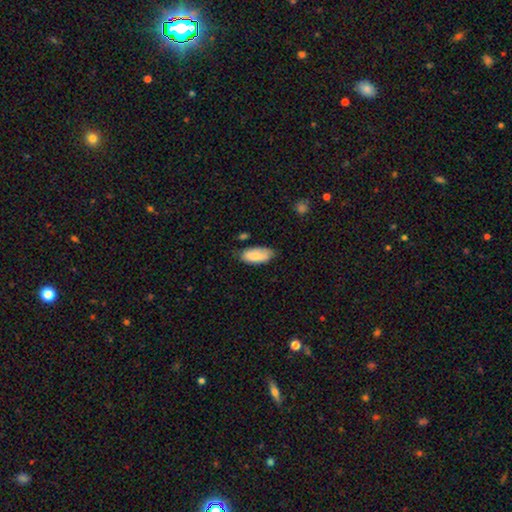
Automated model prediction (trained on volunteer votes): A smooth galaxy with no disk features (81%) that is in between round and cigar-shaped (90%).

Vote fractions:
- Smooth or featured? smooth: 81% / featured or disk: 13% / star or artifact: 6%
- How rounded? in between: 90% / cigar-shaped: 8% / round: 2%
- Merging? none: 70% / minor disturbance: 23% / major disturbance: 4% / merger: 3%